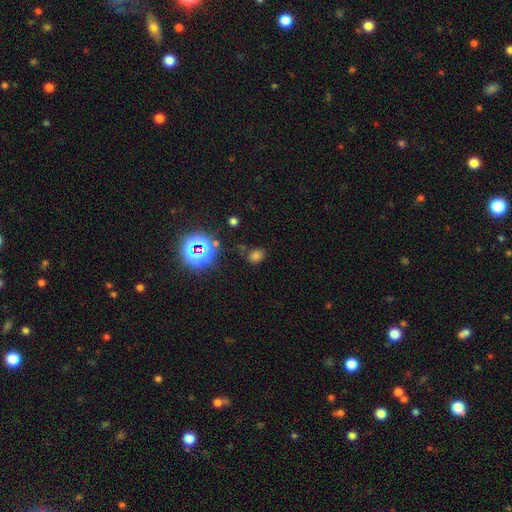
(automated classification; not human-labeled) The model was most divided on "how rounded": in between: 51%, round: 47%, cigar-shaped: 1%. More confident: merging — none (73%); smooth or featured — smooth (61%).